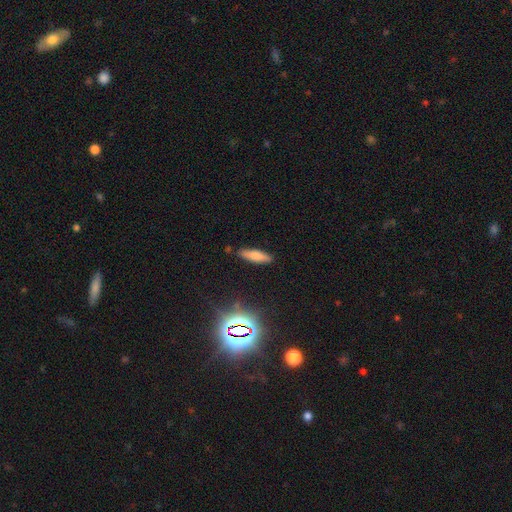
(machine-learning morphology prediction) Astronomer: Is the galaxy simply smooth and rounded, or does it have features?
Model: smooth — 72%.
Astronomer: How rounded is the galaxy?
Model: cigar-shaped — 64%.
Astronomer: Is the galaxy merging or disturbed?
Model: none — 85%.